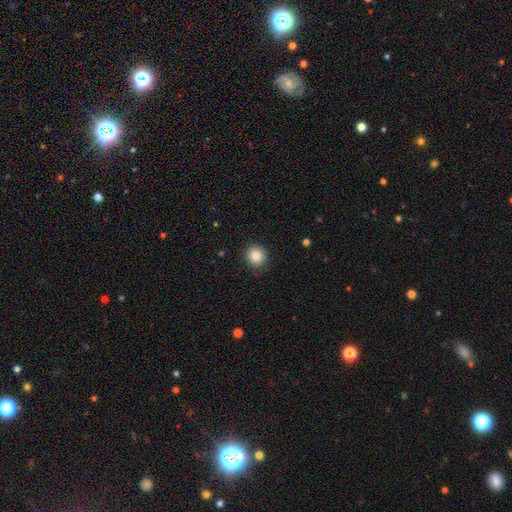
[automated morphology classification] Overall: smooth (86%). How rounded: round (93%). Merging: none (88%).